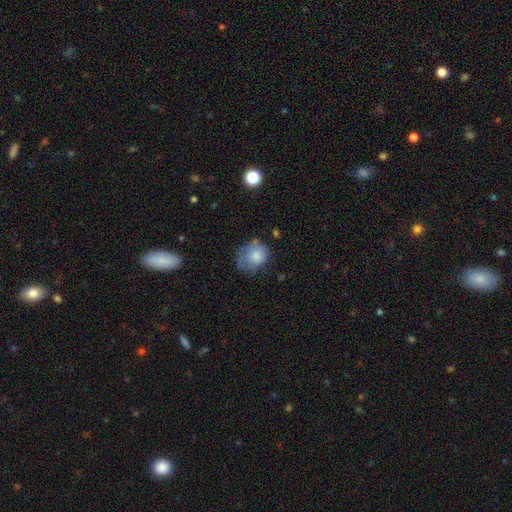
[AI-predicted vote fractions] Smooth or featured: smooth — 77% (featured or disk — 15%)
How rounded: round — 54% (in between — 45%)
Merging: none — 45% (minor disturbance — 35%)